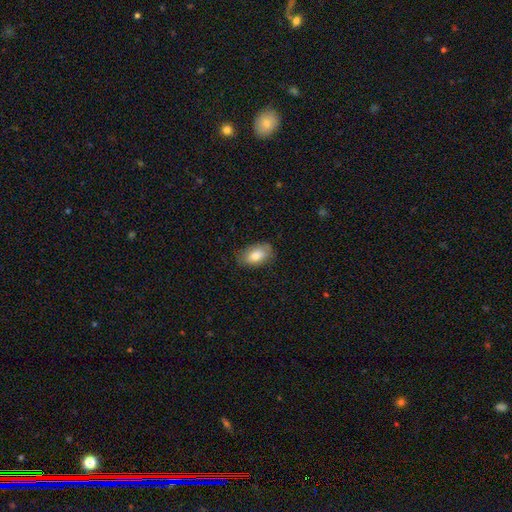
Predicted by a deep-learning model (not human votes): Morphology: type=smooth (82%); roundness=in between (92%); merging=none (77%).